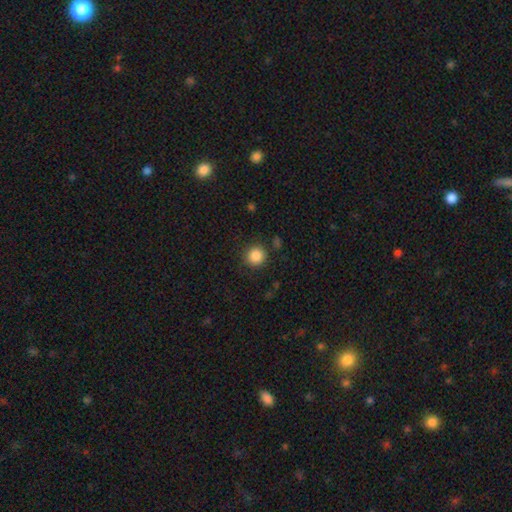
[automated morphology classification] smooth_or_featured: smooth (p=0.86) [alt: star or artifact p=0.10]
how_rounded: round (p=0.93) [alt: in between p=0.06]
merging: none (p=0.87) [alt: minor disturbance p=0.08]